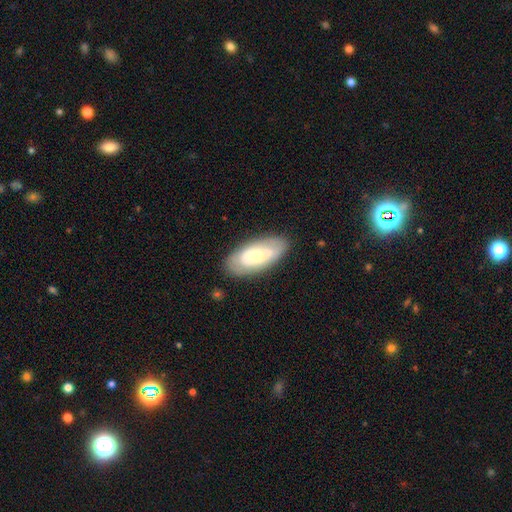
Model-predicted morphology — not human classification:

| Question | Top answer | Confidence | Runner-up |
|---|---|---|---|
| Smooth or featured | smooth | 48% | featured or disk (46%) |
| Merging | none | 80% | minor disturbance (14%) |